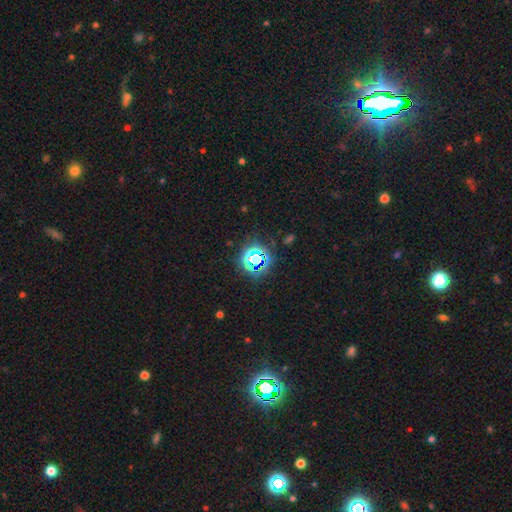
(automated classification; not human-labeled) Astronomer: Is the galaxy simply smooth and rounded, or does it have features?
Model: star or artifact — 73%.